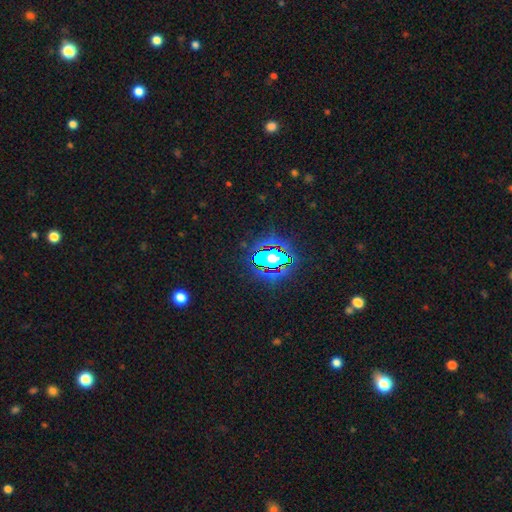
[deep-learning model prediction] Smooth or featured?
  - star or artifact: 82% *
  - smooth: 10%
  - featured or disk: 7%